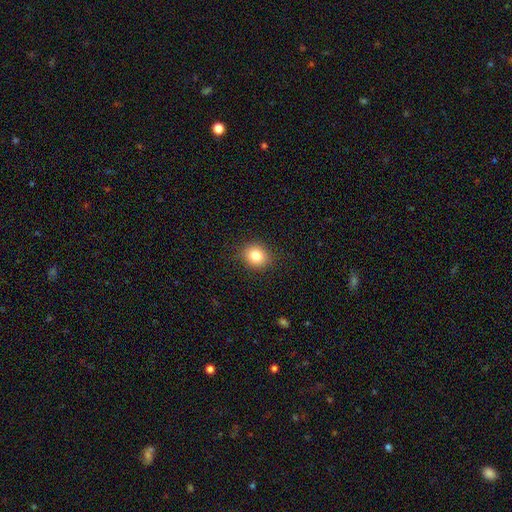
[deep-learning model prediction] A smooth galaxy with no disk features (82%) that is round (80%). Merging: none (88%).